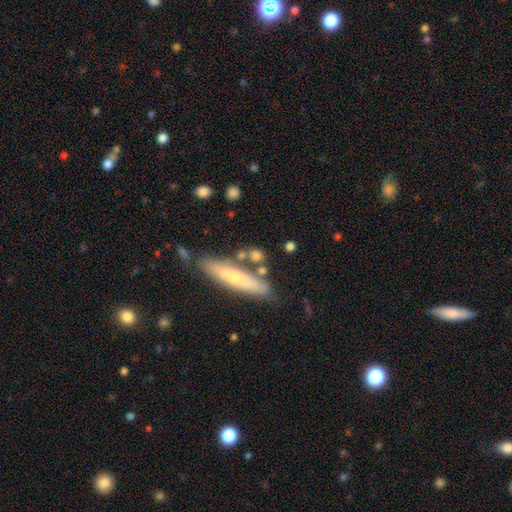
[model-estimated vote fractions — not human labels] Morphology: type=smooth (69%); roundness=cigar-shaped (37%); merging=none (67%).